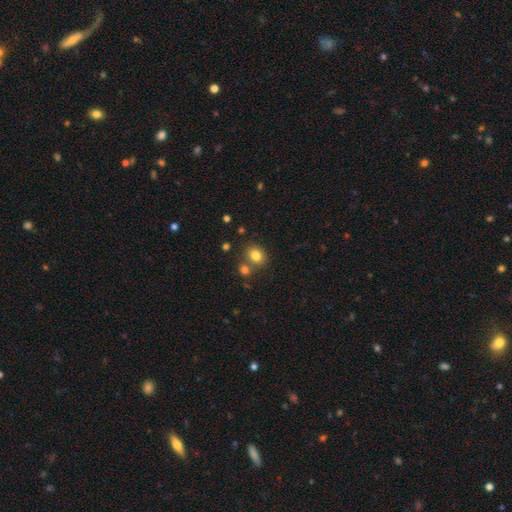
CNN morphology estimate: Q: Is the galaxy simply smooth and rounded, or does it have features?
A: smooth — 80%.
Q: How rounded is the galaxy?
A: round — 58%.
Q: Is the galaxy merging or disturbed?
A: none — 65%.